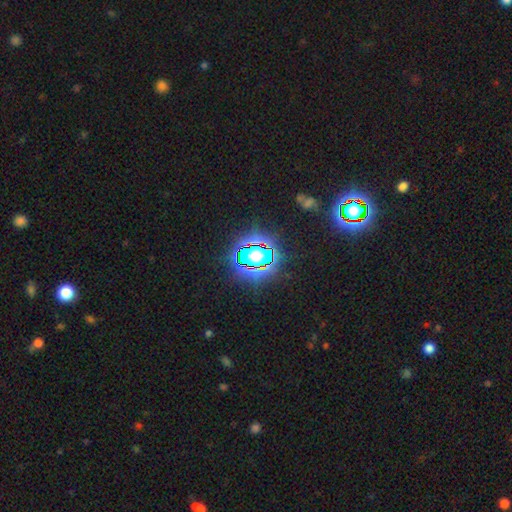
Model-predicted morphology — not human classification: This is likely a star or artifact rather than a galaxy (69%).